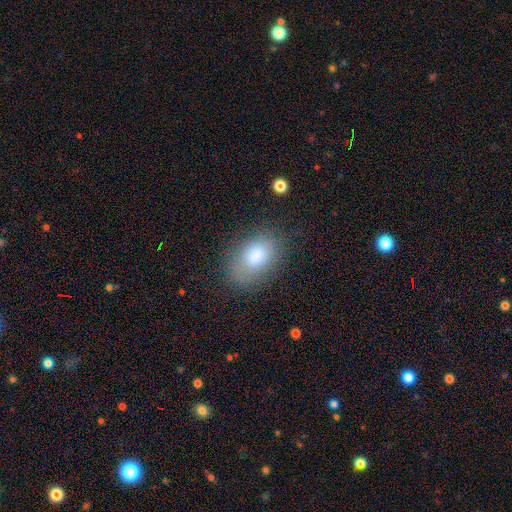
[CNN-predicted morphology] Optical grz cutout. It shows a smooth galaxy with no disk features (82%) that is in between round and cigar-shaped (88%). Merging: none (75%).